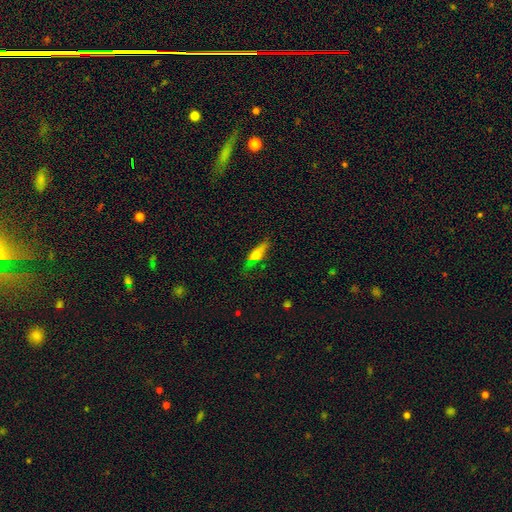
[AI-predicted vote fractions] The model was most divided on "how rounded": cigar-shaped: 56%, in between: 40%, round: 4%. More confident: smooth or featured — smooth (63%); merging — none (56%).